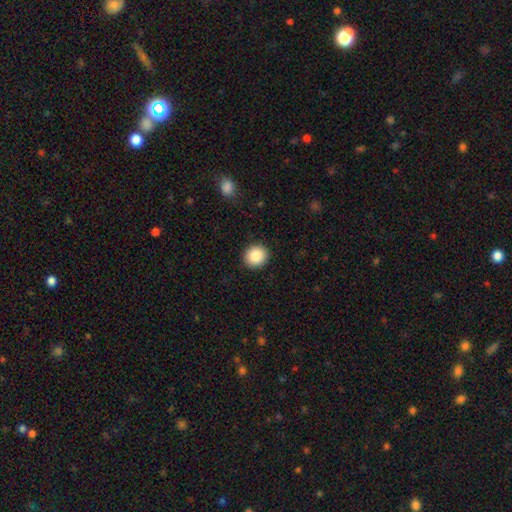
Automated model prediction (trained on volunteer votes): Smooth or featured? Predicted: smooth (p=0.86). How rounded? Predicted: round (p=0.87). Merging? Predicted: none (p=0.92).